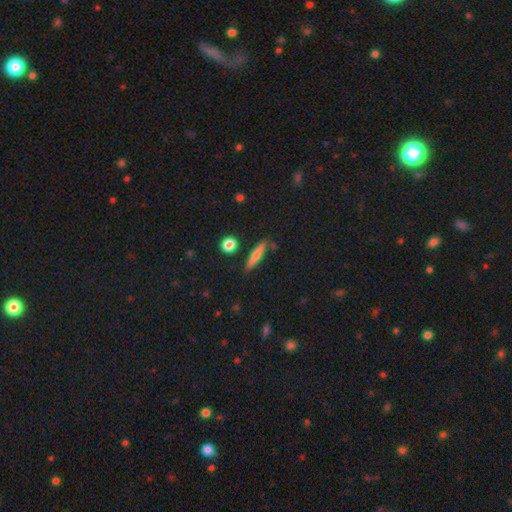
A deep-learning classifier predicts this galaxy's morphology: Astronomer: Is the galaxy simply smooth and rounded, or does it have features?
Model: smooth — 59%.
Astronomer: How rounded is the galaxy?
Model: cigar-shaped — 87%.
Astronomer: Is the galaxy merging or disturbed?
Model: none — 83%.